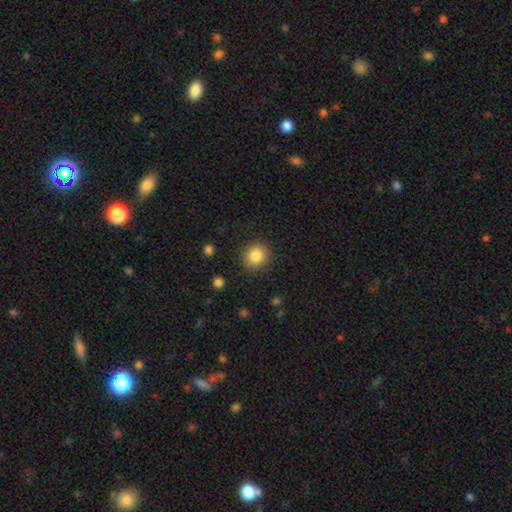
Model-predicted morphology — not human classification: Smooth or featured? Predicted: smooth (p=0.84). How rounded? Predicted: round (p=0.85). Merging? Predicted: none (p=0.89).